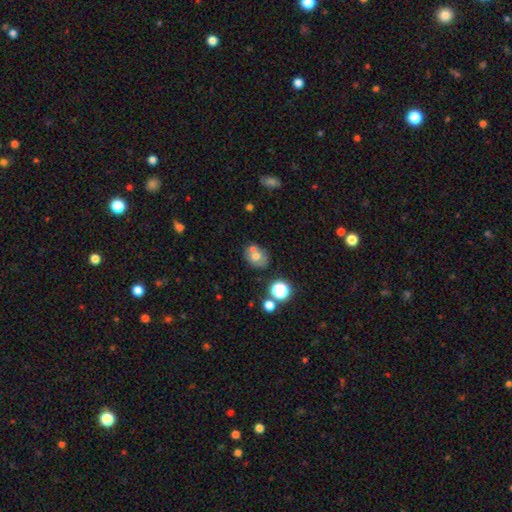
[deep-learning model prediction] smooth-or-featured: smooth: 64% | featured or disk: 22% | star or artifact: 14%
  how-rounded: round: 58% | in between: 41% | cigar-shaped: 1%
  merging: none: 51% | merger: 32% | minor disturbance: 13% | major disturbance: 4%